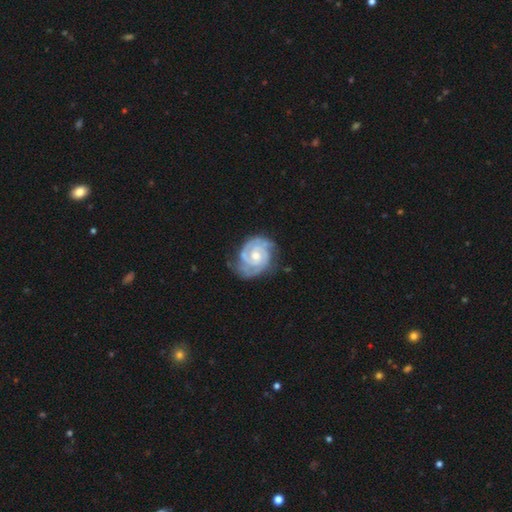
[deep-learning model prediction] A featured or disk galaxy (90%) with no bar (63%), 2 (55%) tight (72%) spiral arms (98%) and a moderate central bulge (59%).

Vote fractions:
- Smooth or featured? featured or disk: 90% / smooth: 6% / star or artifact: 4%
- Edge-on disk? no: 98% / yes: 2%
- Bar? no: 63% / weak: 31% / strong: 6%
- Spiral arms? yes: 98% / no: 2%
- Spiral winding? tight: 72% / medium: 25% / loose: 3%
- Spiral arm count? 2: 55% / 3: 21% / can't tell: 12% / 4: 4% / 1: 4% / more than 4: 3%
- Bulge size? moderate: 59% / small: 34% / large: 4% / none: 2% / dominant: 1%
- Merging? none: 69% / minor disturbance: 22% / major disturbance: 7% / merger: 1%